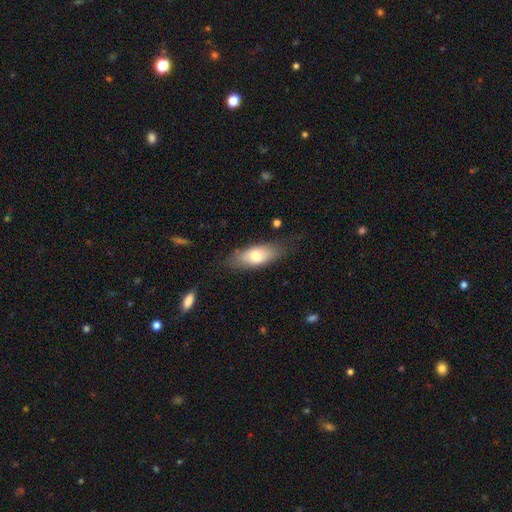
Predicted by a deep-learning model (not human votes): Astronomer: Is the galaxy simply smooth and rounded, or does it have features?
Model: smooth — 70%.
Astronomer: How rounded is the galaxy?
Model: in between — 81%.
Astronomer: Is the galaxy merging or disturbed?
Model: none — 73%.